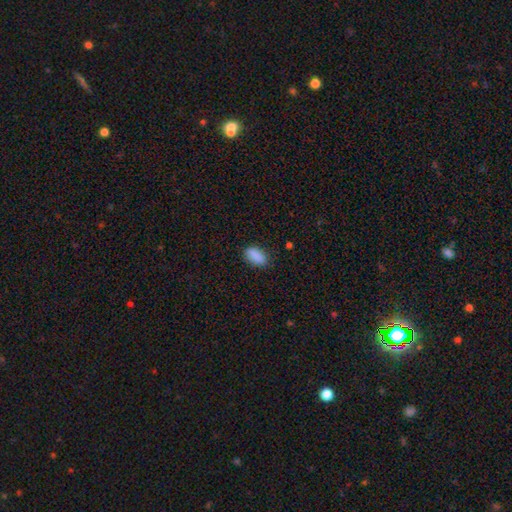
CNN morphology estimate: smooth 88%, star or artifact 8%, featured or disk 4%. Down the decision tree: how rounded — in between (90%); merging — none (84%).